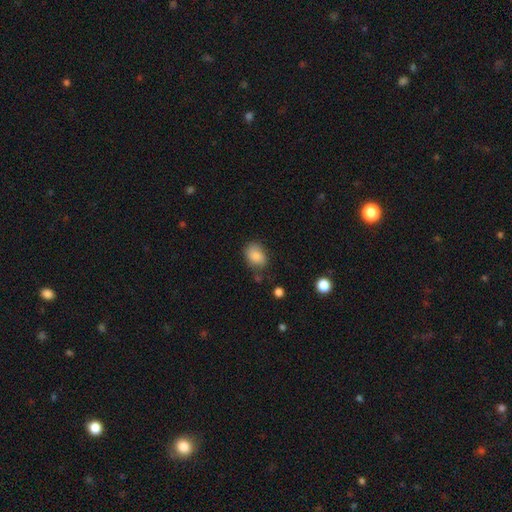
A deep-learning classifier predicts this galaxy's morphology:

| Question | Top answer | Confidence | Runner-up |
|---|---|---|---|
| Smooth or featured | smooth | 87% | star or artifact (8%) |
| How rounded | in between | 79% | round (20%) |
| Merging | none | 68% | minor disturbance (23%) |